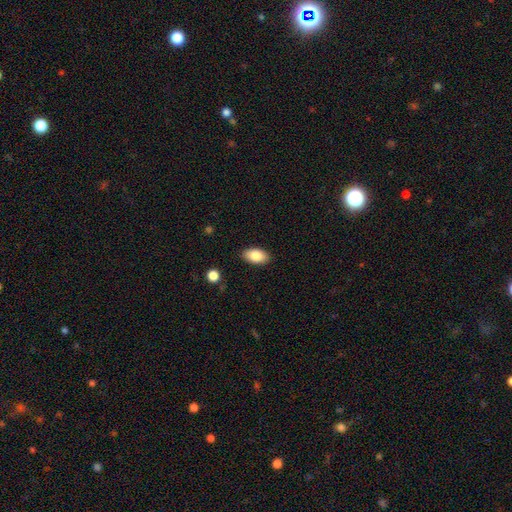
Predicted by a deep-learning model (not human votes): Smooth or featured: smooth — 85% (featured or disk — 8%)
How rounded: in between — 93% (round — 5%)
Merging: none — 88% (minor disturbance — 9%)